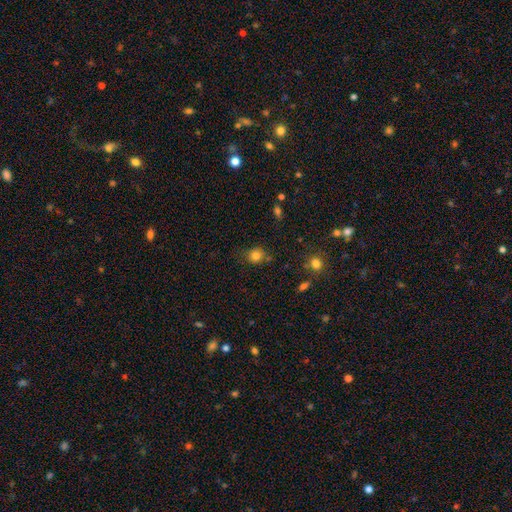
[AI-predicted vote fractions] Morphology: type=smooth (81%); roundness=round (79%); merging=none (71%).